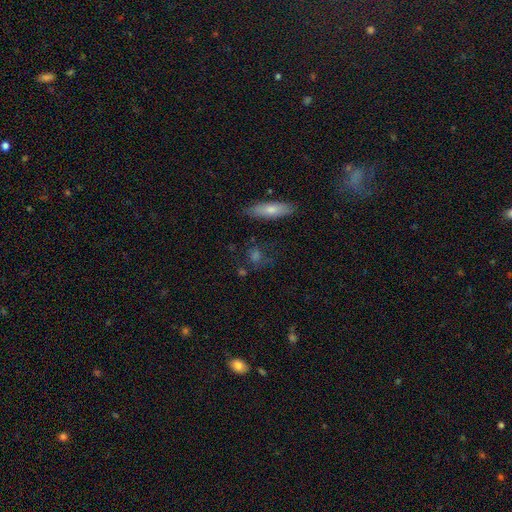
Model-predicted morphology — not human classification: Q: Smooth or featured?
A: smooth (52%); runner-up: featured or disk (26%)
Q: How rounded?
A: in between (36%); runner-up: round (34%)
Q: Merging?
A: none (73%); runner-up: minor disturbance (15%)